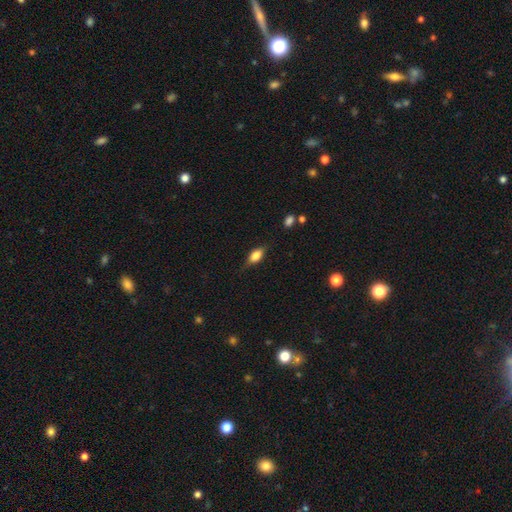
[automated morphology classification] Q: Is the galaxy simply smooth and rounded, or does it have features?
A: smooth — 69%.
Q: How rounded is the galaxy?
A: in between — 81%.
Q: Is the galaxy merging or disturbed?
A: none — 70%.